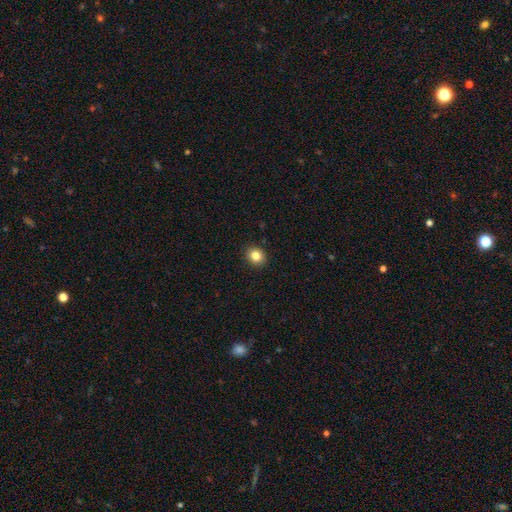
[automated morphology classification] This appears to be a smooth galaxy with no disk features (84%) that is round (71%). Merging: none (91%).